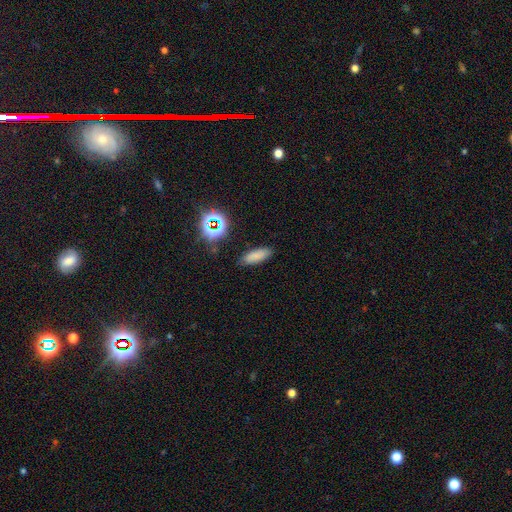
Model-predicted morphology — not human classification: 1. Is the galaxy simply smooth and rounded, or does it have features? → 77% smooth, 15% star or artifact, 8% featured or disk.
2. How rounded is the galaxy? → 63% in between, 34% cigar-shaped, 4% round.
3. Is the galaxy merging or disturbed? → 83% none, 11% minor disturbance, 3% major disturbance, 2% merger.